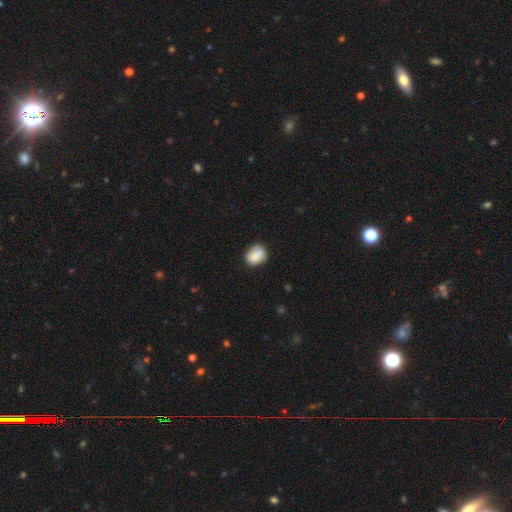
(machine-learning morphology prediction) type=smooth (79%); roundness=in between (58%); merging=none (71%).